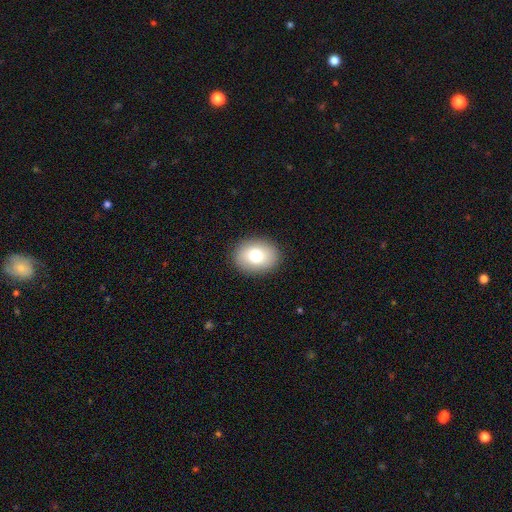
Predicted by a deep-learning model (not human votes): The model was most divided on "how rounded": in between: 62%, round: 38%, cigar-shaped: 1%. More confident: merging — none (90%); smooth or featured — smooth (77%).